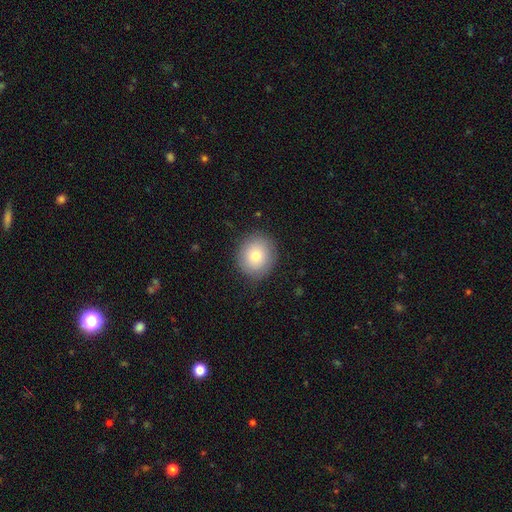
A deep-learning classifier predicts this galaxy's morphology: This appears to be a smooth galaxy with no disk features (77%) that is round (84%). Merging: none (86%).